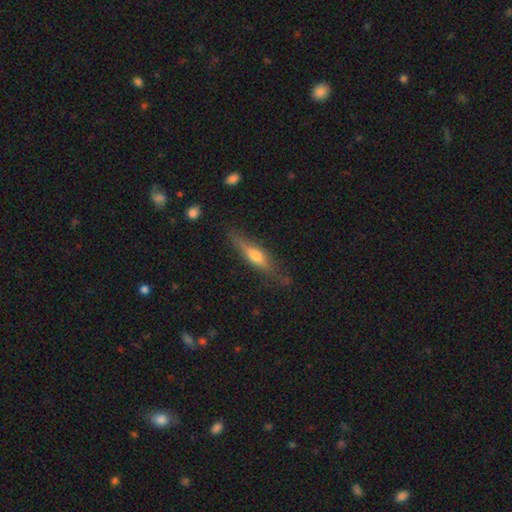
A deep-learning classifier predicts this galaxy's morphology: The model was most divided on "smooth or featured": featured or disk: 53%, smooth: 40%, star or artifact: 7%. More confident: edge-on disk — yes (91%); merging — none (76%).